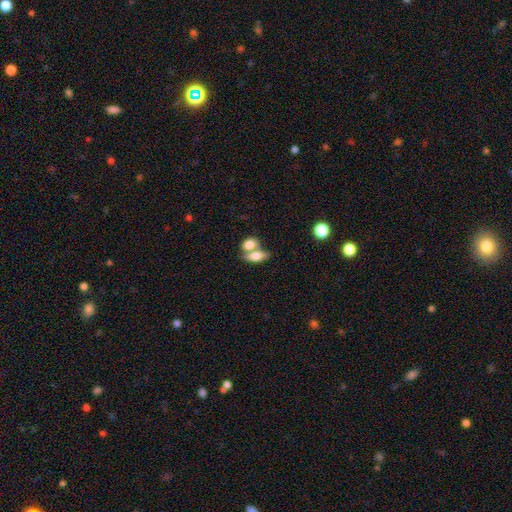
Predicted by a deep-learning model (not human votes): A smooth galaxy with no disk features (71%) that is in between round and cigar-shaped (77%).

Vote fractions:
- Smooth or featured? smooth: 71% / featured or disk: 22% / star or artifact: 8%
- How rounded? in between: 77% / cigar-shaped: 12% / round: 11%
- Merging? merger: 55% / none: 32% / minor disturbance: 8% / major disturbance: 4%